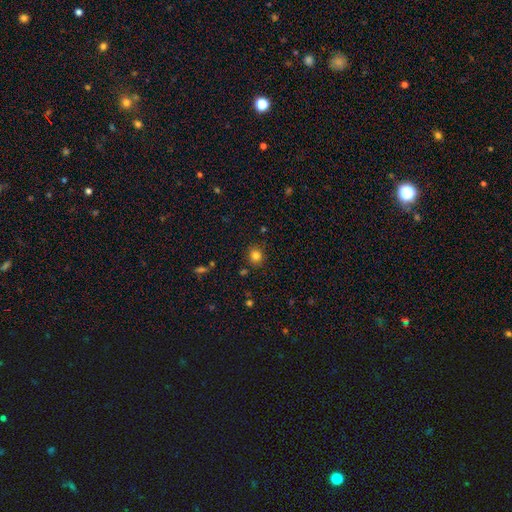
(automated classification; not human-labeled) smooth 82%, star or artifact 13%, featured or disk 6%. Down the decision tree: how rounded — round (82%); merging — none (86%).